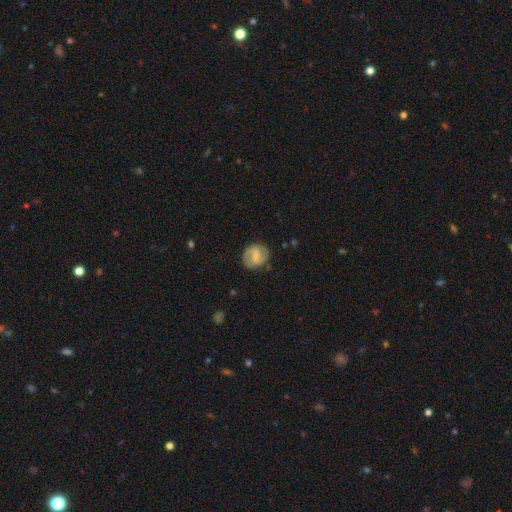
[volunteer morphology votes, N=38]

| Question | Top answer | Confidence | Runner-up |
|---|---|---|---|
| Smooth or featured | featured or disk | 61% | smooth (39%) |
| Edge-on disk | no | 100% | — |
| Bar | strong | 61% | weak (30%) |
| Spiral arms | yes | 83% | no (17%) |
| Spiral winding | medium | 63% | tight (21%) |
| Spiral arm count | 2 | 74% | can't tell (26%) |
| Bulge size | small | 39% | moderate (30%) |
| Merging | none | 74% | minor disturbance (16%) |